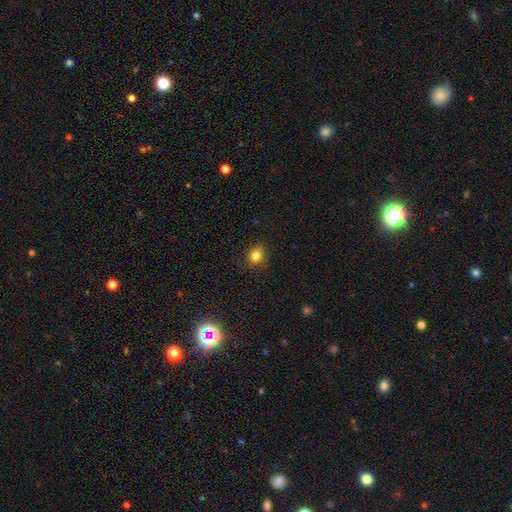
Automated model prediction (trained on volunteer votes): A smooth galaxy with no disk features (81%) that is round (68%).

Vote fractions:
- Smooth or featured? smooth: 81% / star or artifact: 12% / featured or disk: 6%
- How rounded? round: 68% / in between: 31% / cigar-shaped: 1%
- Merging? none: 83% / minor disturbance: 13% / major disturbance: 3% / merger: 1%